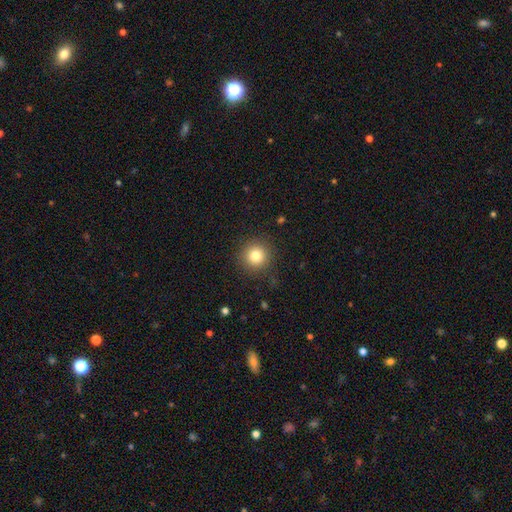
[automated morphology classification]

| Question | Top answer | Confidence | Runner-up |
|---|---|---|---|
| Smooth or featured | smooth | 81% | star or artifact (12%) |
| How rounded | round | 95% | in between (4%) |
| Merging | none | 89% | minor disturbance (7%) |